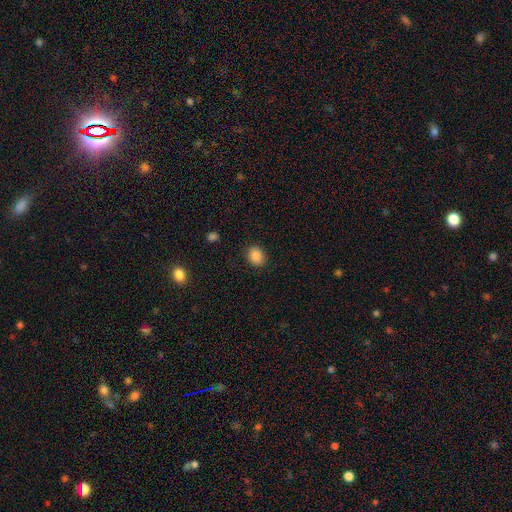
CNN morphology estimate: smooth_or_featured: smooth (p=0.87) [alt: star or artifact p=0.10]
how_rounded: round (p=0.57) [alt: in between p=0.42]
merging: none (p=0.87) [alt: minor disturbance p=0.09]